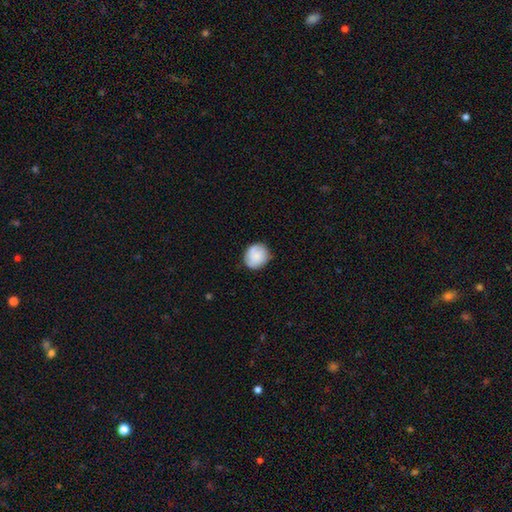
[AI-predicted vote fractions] This appears to be a smooth galaxy with no disk features (77%) that is round (75%). Merging: none (75%).